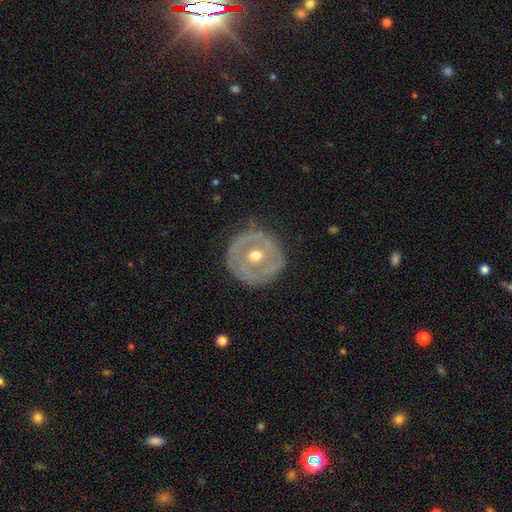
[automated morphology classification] Smooth or featured? Predicted: featured or disk (p=0.68). Edge-on disk? Predicted: no (p=0.95). Bar? Predicted: no (p=0.68). Spiral arms? Predicted: no (p=0.58). Bulge size? Predicted: moderate (p=0.77). Merging? Predicted: none (p=0.79).